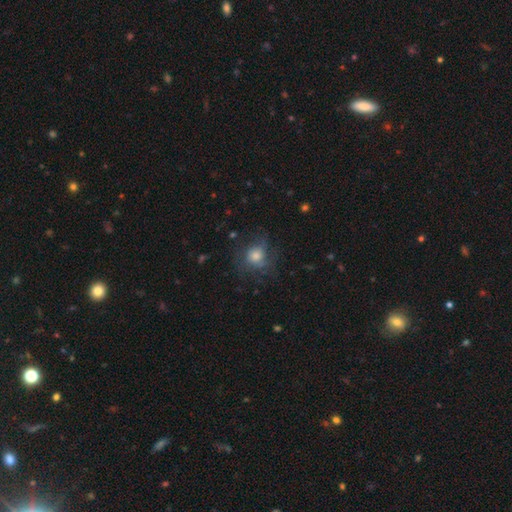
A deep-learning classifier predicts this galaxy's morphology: This appears to be a smooth galaxy with no disk features (52%) that is round (81%). Merging: none (64%).